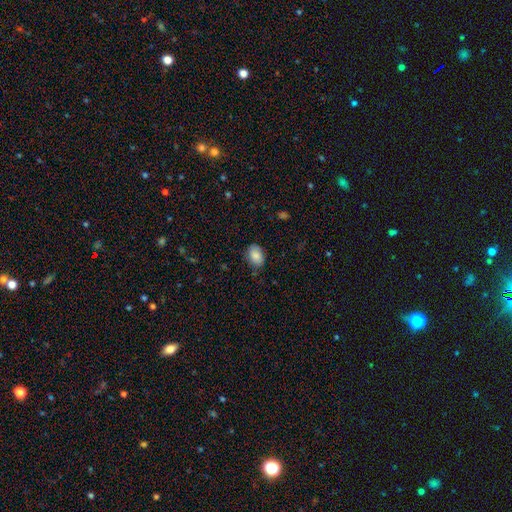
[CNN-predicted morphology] This appears to be a smooth galaxy with no disk features (87%) that is in between round and cigar-shaped (79%). Merging: none (77%).